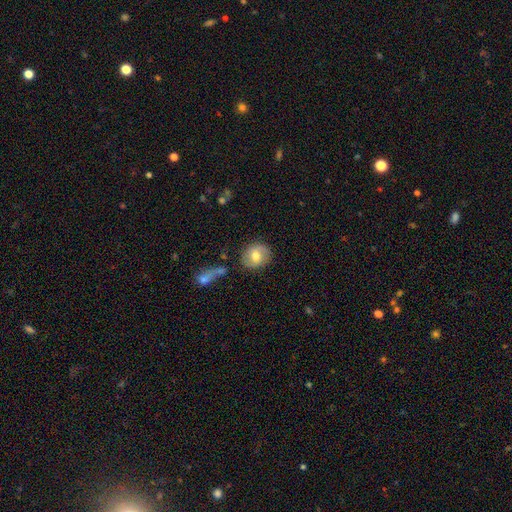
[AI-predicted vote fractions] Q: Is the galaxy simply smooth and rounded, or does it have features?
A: smooth — 58%.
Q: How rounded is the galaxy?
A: round — 70%.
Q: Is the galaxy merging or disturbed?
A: none — 79%.